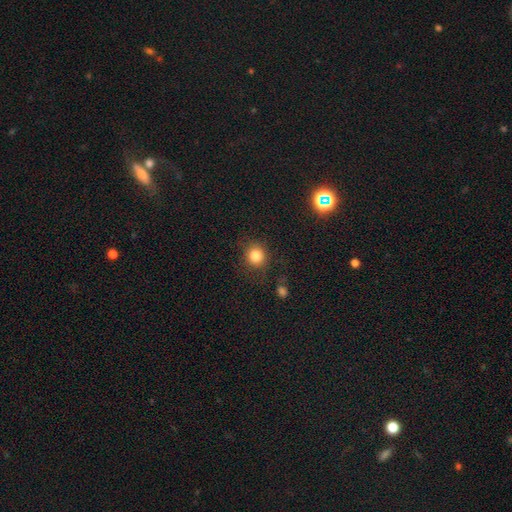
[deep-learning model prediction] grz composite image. It shows a smooth galaxy with no disk features (83%) that is round (87%). Merging: none (82%).